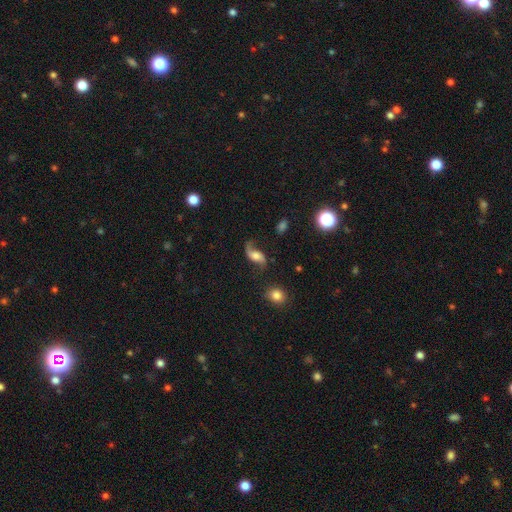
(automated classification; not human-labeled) Q: Smooth or featured?
A: featured or disk (76%); runner-up: smooth (16%)
Q: Edge-on disk?
A: no (95%); runner-up: yes (5%)
Q: Bar?
A: no (54%); runner-up: weak (33%)
Q: Spiral arms?
A: yes (94%); runner-up: no (6%)
Q: Spiral winding?
A: loose (84%); runner-up: medium (12%)
Q: Spiral arm count?
A: 2 (90%); runner-up: 1 (6%)
Q: Bulge size?
A: moderate (44%); runner-up: small (22%)
Q: Merging?
A: none (65%); runner-up: minor disturbance (18%)